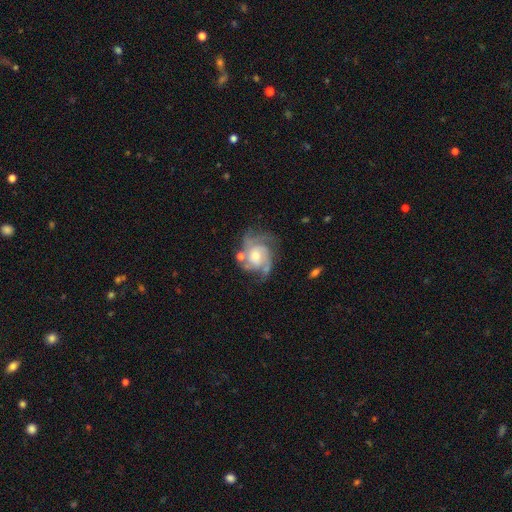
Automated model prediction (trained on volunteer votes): Smooth or featured? Predicted: featured or disk (p=0.85). Edge-on disk? Predicted: no (p=0.98). Bar? Predicted: no (p=0.71). Spiral arms? Predicted: yes (p=0.95). Spiral winding? Predicted: medium (p=0.44). Spiral arm count? Predicted: 3 (p=0.36). Bulge size? Predicted: moderate (p=0.59). Merging? Predicted: none (p=0.58).